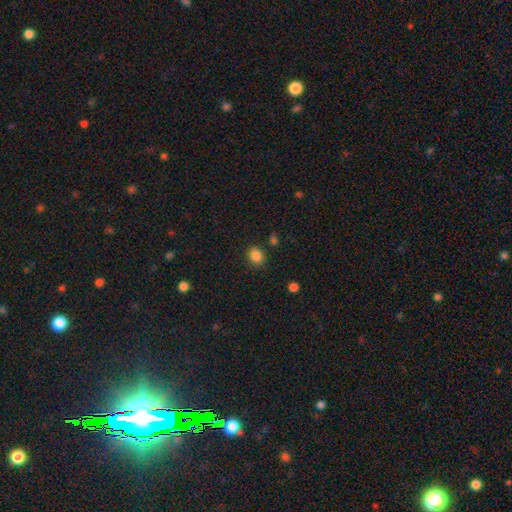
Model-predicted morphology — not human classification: smooth-or-featured: smooth: 85% | star or artifact: 11% | featured or disk: 4%
  how-rounded: round: 55% | in between: 45% | cigar-shaped: 1%
  merging: none: 83% | minor disturbance: 10% | merger: 3% | major disturbance: 3%